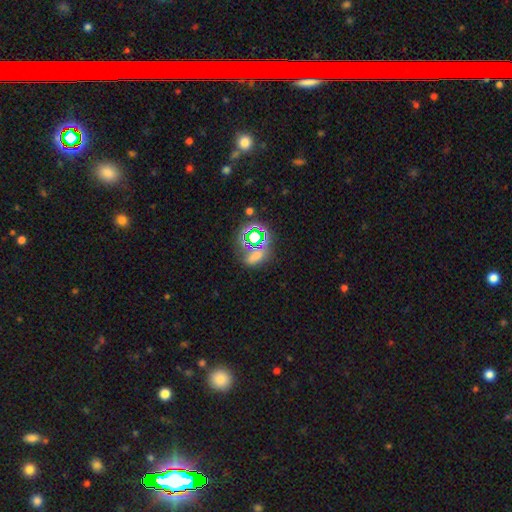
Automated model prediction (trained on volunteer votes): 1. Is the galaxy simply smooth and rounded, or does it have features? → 45% star or artifact, 44% smooth, 11% featured or disk.